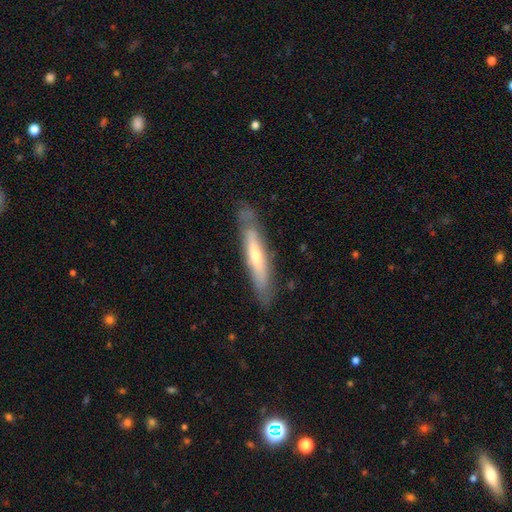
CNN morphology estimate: Smooth or featured? Predicted: featured or disk (p=0.48). Merging? Predicted: none (p=0.77).